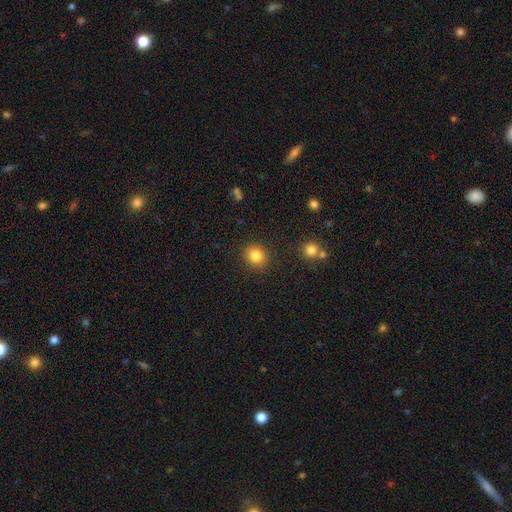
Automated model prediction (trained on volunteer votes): Q: Smooth or featured?
A: smooth (83%); runner-up: star or artifact (11%)
Q: How rounded?
A: round (79%); runner-up: in between (20%)
Q: Merging?
A: none (88%); runner-up: minor disturbance (7%)